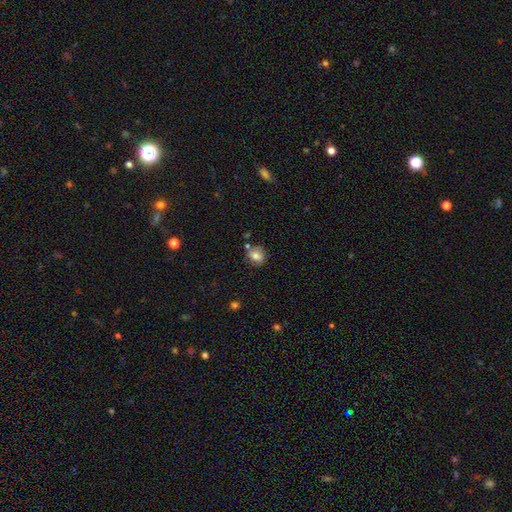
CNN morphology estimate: Q: Smooth or featured?
A: smooth (77%); runner-up: featured or disk (12%)
Q: How rounded?
A: round (65%); runner-up: in between (33%)
Q: Merging?
A: none (69%); runner-up: minor disturbance (17%)